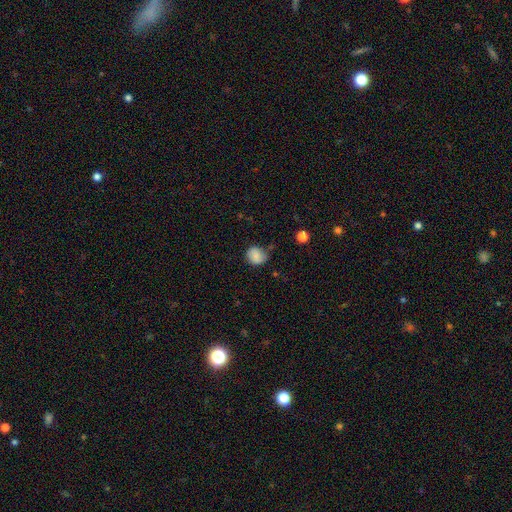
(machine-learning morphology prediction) Q: Smooth or featured?
A: smooth (75%); runner-up: featured or disk (16%)
Q: How rounded?
A: round (75%); runner-up: in between (24%)
Q: Merging?
A: none (68%); runner-up: minor disturbance (24%)